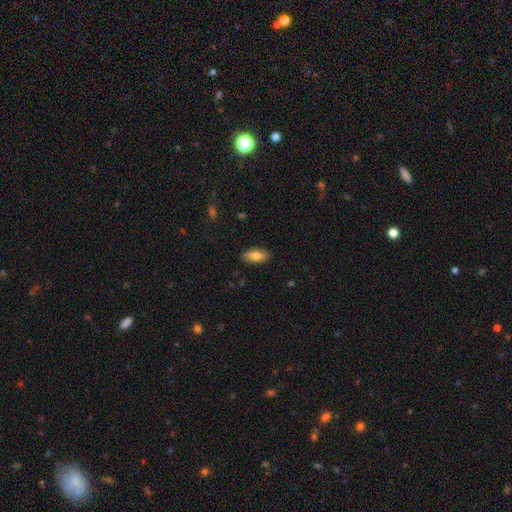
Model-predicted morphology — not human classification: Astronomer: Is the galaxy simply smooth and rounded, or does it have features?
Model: smooth — 75%.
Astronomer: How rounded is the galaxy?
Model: in between — 83%.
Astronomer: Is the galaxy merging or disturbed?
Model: none — 87%.